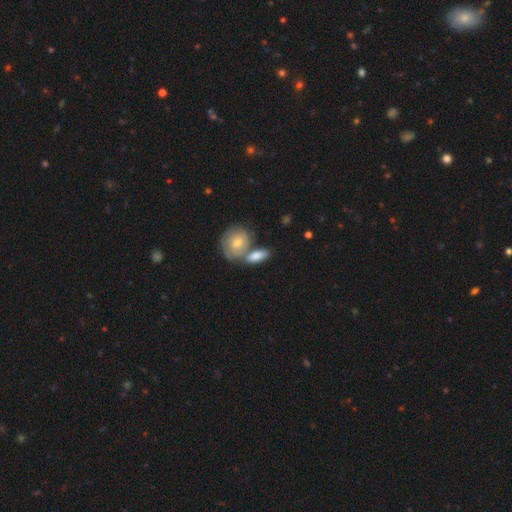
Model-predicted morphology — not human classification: This is likely a smooth galaxy (69%). How rounded: likely in between (78%). Merging: marginally merger (42%, tied with none).